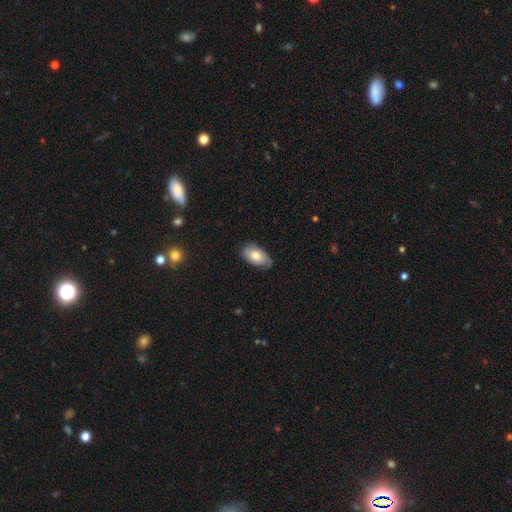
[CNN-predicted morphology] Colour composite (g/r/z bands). It shows a smooth galaxy with no disk features (76%) that is in between round and cigar-shaped (94%). Merging: none (70%).